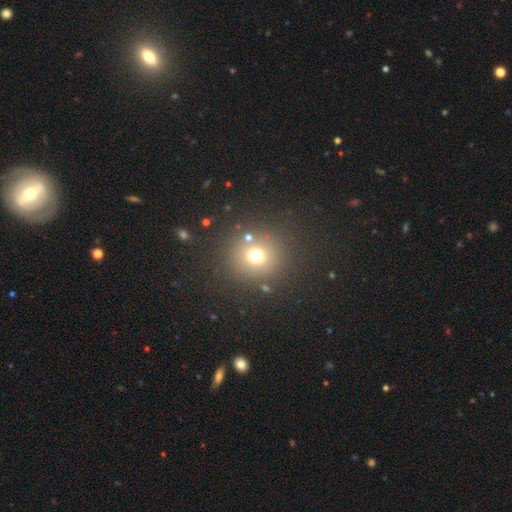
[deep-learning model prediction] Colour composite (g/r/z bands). It shows a smooth galaxy with no disk features (69%) that is round (90%). Merging: none (82%).